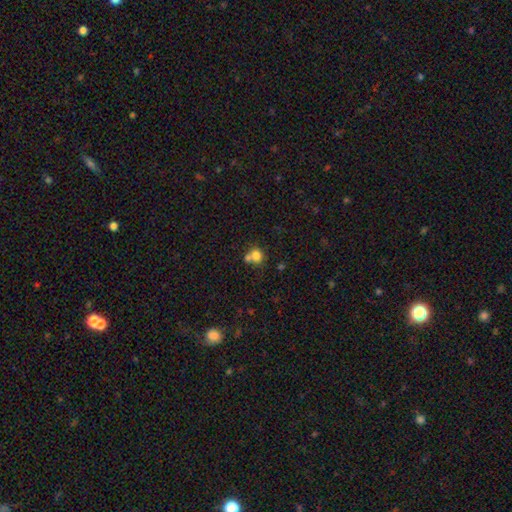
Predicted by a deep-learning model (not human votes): smooth 78%, star or artifact 12%, featured or disk 10%. Down the decision tree: how rounded — round (77%); merging — merger (44%).